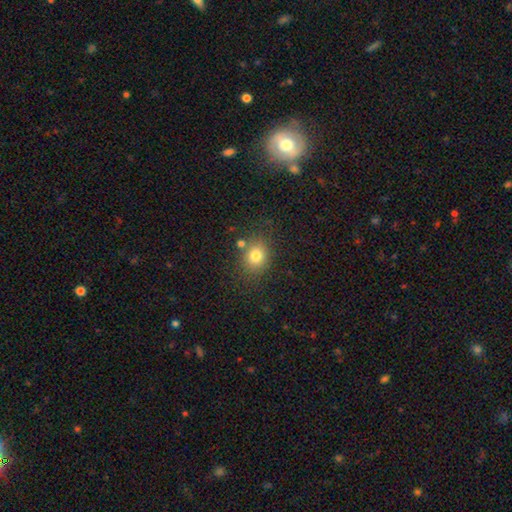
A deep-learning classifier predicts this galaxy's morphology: Smooth or featured? smooth (80%)
How rounded? round (64%)
Merging? none (76%)